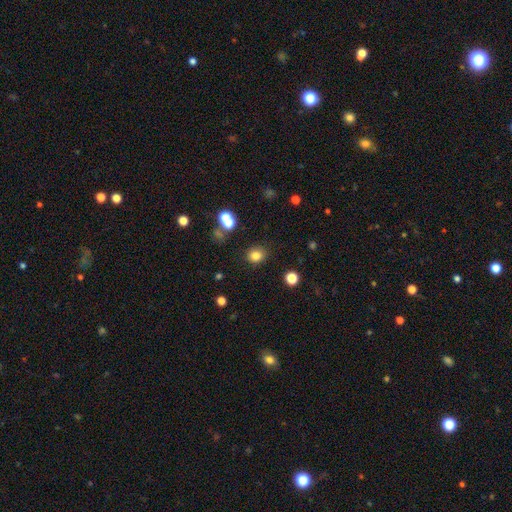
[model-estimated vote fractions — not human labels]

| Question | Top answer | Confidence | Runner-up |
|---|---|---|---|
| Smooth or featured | smooth | 81% | star or artifact (13%) |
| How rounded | round | 69% | in between (30%) |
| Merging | none | 86% | minor disturbance (9%) |